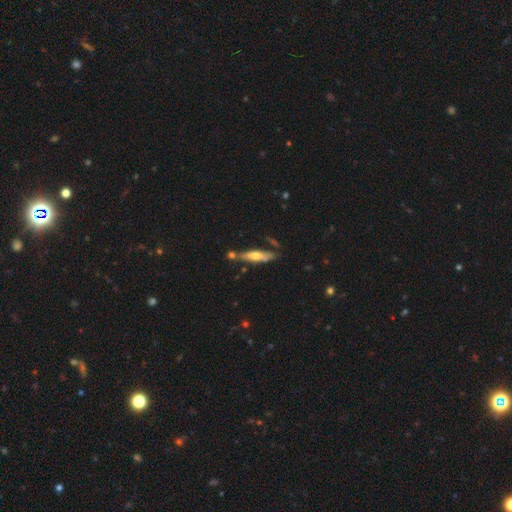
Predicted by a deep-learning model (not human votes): Overall: featured or disk (51%; smooth 43%). Edge-on disk: yes (83%). Merging: none (63%).